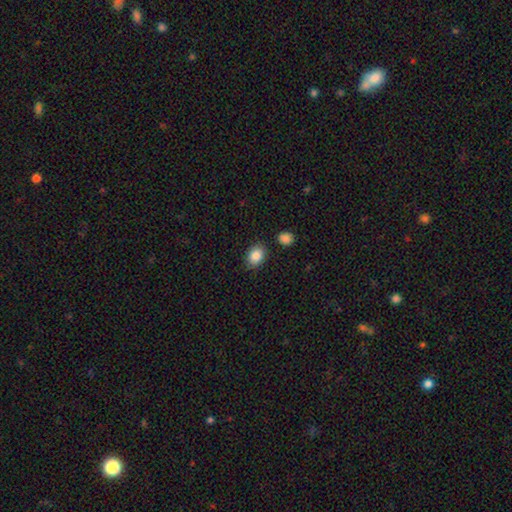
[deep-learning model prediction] Q: Smooth or featured?
A: smooth (87%); runner-up: star or artifact (8%)
Q: How rounded?
A: in between (70%); runner-up: round (29%)
Q: Merging?
A: none (83%); runner-up: minor disturbance (10%)